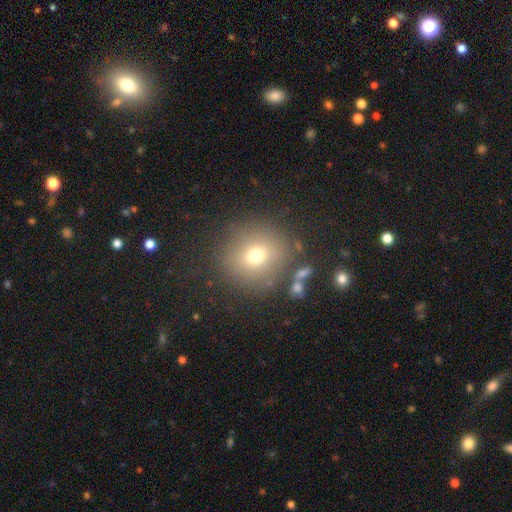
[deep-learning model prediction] Overall: smooth (69%). How rounded: round (91%). Merging: none (83%).